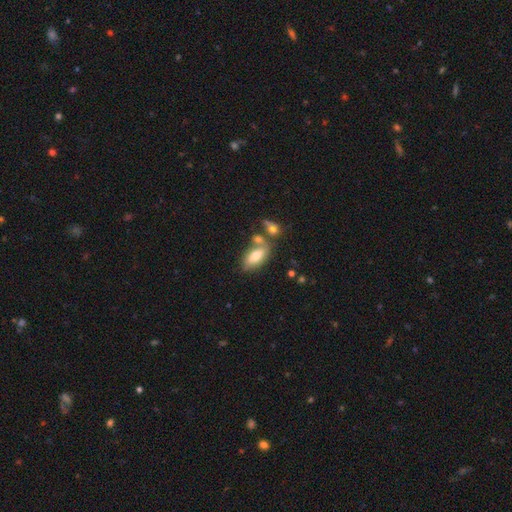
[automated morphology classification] type=smooth (71%); roundness=in between (86%); merging=none (55%).